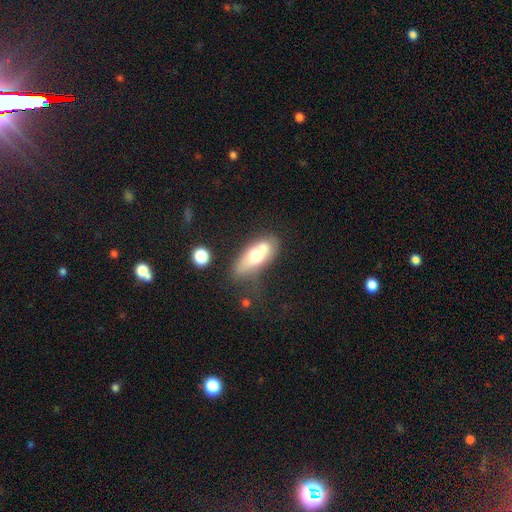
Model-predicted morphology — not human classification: This appears to be a smooth galaxy with no disk features (59%) that is in between round and cigar-shaped (78%). Merging: none (45%).